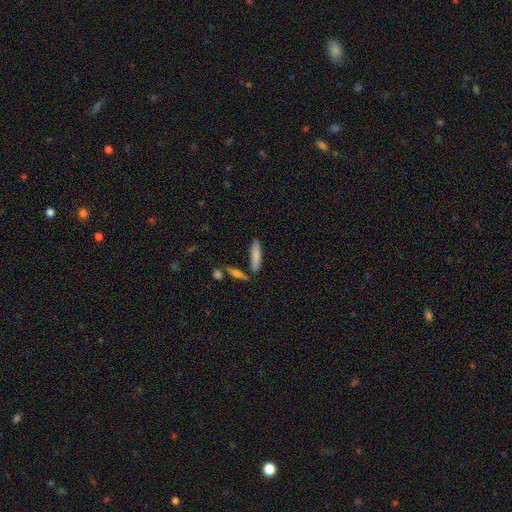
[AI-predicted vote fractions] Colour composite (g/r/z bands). It shows a smooth galaxy with no disk features (81%) that is cigar-shaped (72%). Merging: none (75%).